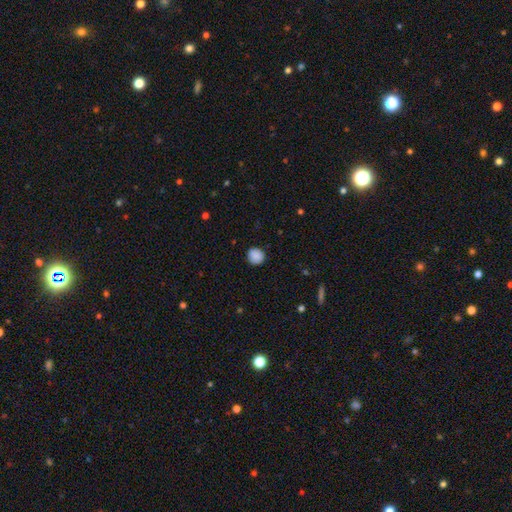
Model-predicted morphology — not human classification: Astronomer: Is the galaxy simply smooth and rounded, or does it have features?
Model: smooth — 88%.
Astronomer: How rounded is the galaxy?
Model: round — 90%.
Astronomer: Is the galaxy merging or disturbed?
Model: none — 88%.